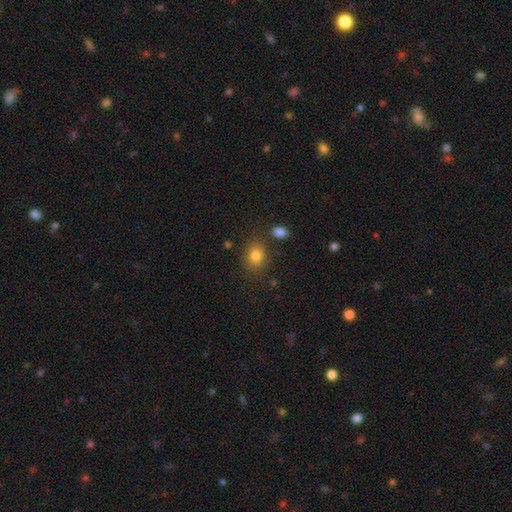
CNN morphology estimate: Smooth or featured? Predicted: smooth (p=0.81). How rounded? Predicted: in between (p=0.55). Merging? Predicted: none (p=0.79).